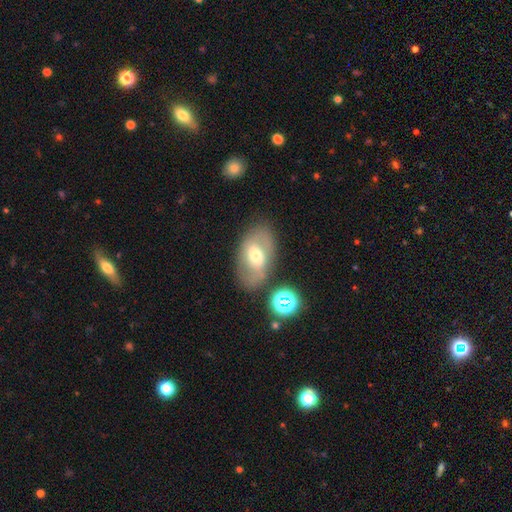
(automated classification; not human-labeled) Smooth or featured? smooth (49%)
Merging? none (71%)